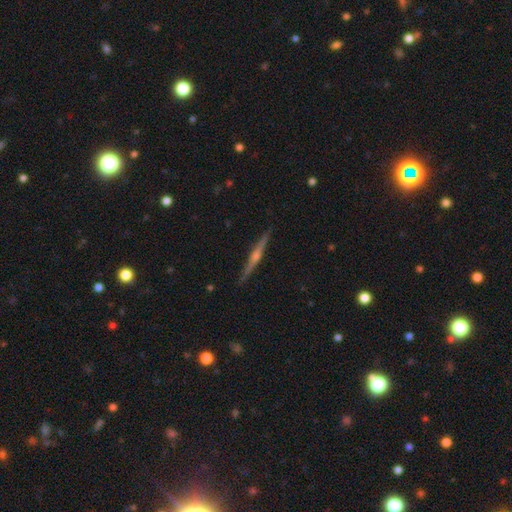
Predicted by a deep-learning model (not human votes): Morphology: type=featured or disk (76%); edge-on=yes (97%); edge-on bulge=rounded (83%); merging=none (89%).